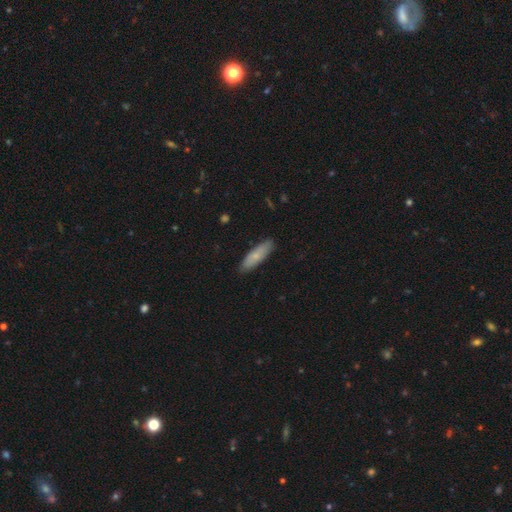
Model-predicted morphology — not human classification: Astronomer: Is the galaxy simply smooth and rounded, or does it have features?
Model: smooth — 73%.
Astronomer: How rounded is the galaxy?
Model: cigar-shaped — 60% (runner-up: in between, 38%).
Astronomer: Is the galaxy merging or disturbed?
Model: none — 86%.